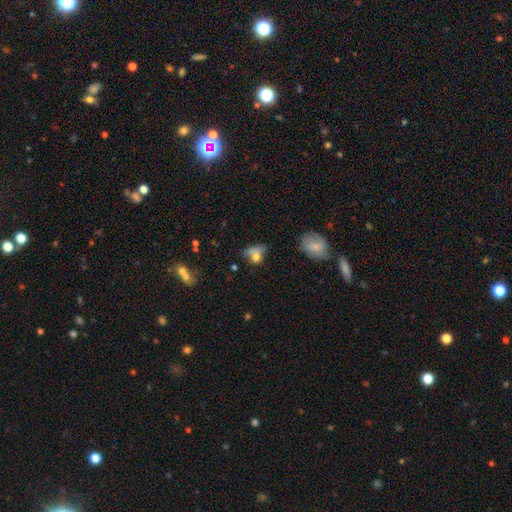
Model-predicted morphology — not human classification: type=smooth (67%); roundness=in between (48%, tied with round); merging=none (34%).